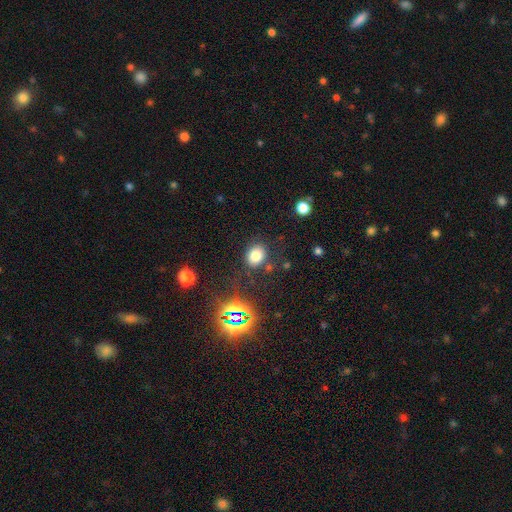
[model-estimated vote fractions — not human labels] smooth 76%, star or artifact 16%, featured or disk 8%. Down the decision tree: how rounded — round (57%); merging — none (80%).